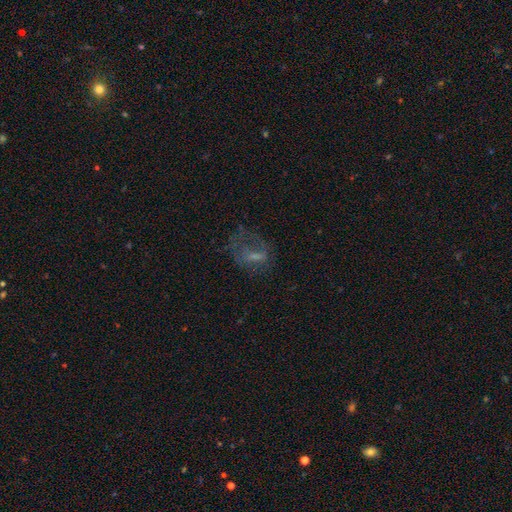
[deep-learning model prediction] This is marginally a featured or disk galaxy (45%). Merging: marginally major disturbance (43%).